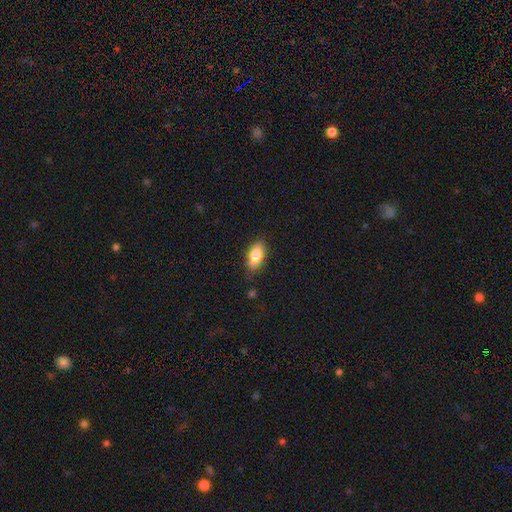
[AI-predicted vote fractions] Overall: smooth (84%). How rounded: in between (87%). Merging: none (82%).